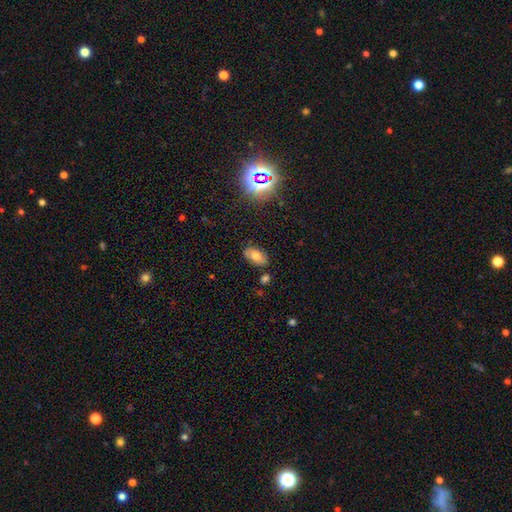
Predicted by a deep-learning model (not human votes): A smooth galaxy with no disk features (66%) that is in between round and cigar-shaped (92%). Merging: none (79%).